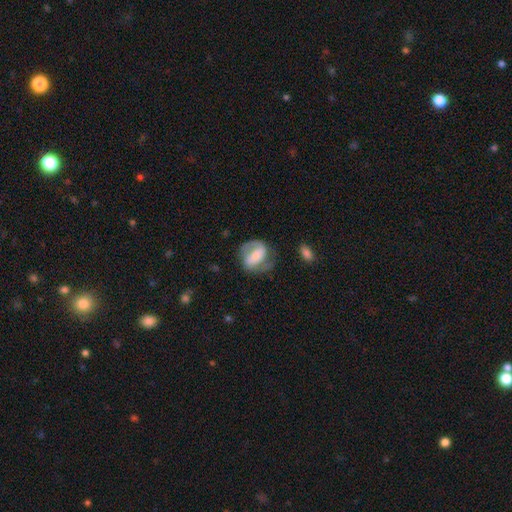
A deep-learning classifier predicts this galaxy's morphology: type=featured or disk (63%); edge-on=no (96%); bar=strong (45%); spiral arms=yes (79%); bulge=small (39%); merging=none (56%).